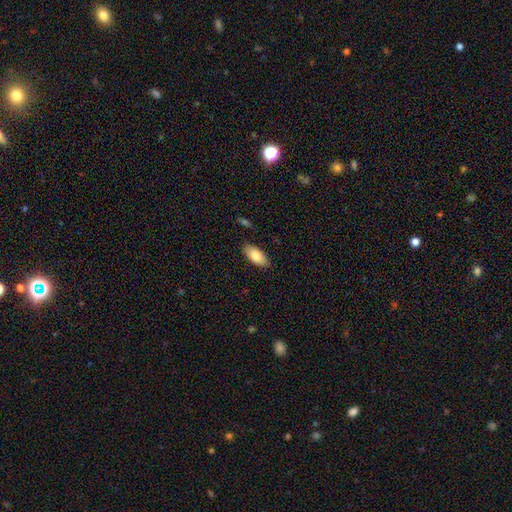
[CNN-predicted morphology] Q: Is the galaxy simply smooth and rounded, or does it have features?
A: smooth — 84%.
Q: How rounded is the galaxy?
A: in between — 90%.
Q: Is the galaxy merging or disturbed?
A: none — 86%.